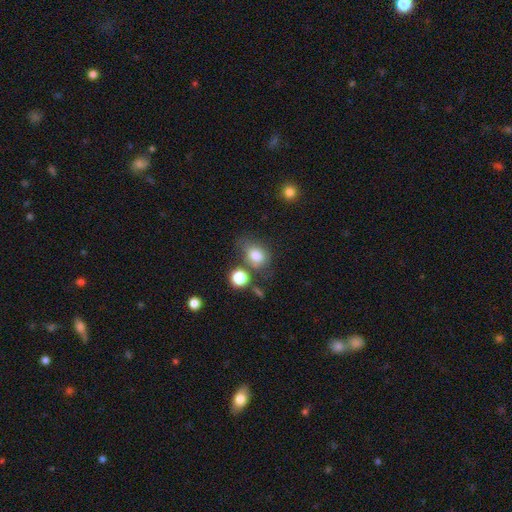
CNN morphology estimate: A smooth galaxy with no disk features (79%) that is in between round and cigar-shaped (54%). Merging: none (53%).